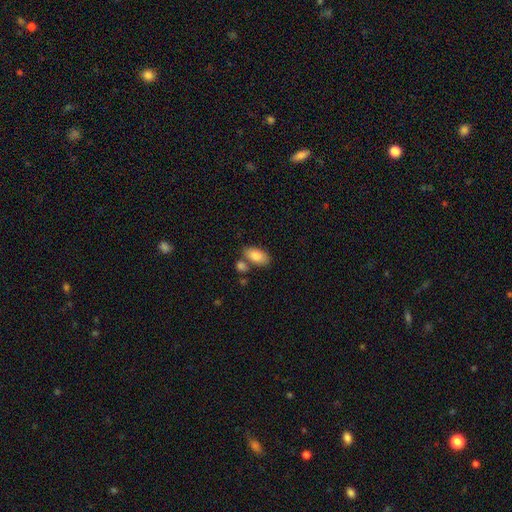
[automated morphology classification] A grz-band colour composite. It shows a smooth galaxy with no disk features (84%) that is in between round and cigar-shaped (93%). Merging: none (64%).